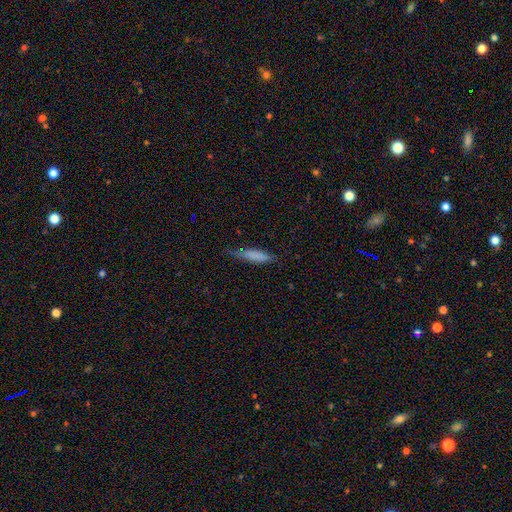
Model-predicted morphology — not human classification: type=smooth (77%); roundness=cigar-shaped (75%); merging=none (67%).